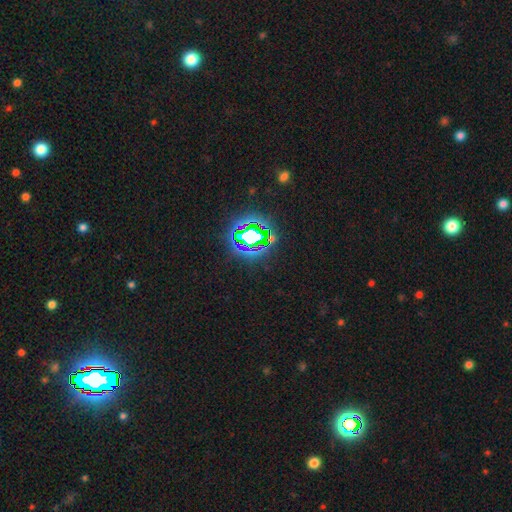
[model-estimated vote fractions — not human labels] Overall: star or artifact (82%).